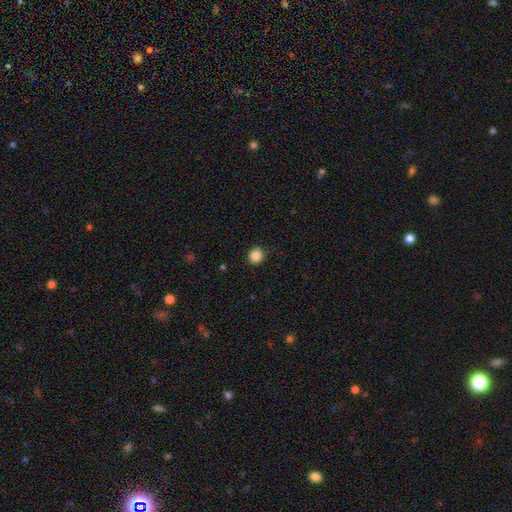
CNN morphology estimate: The model was most divided on "how rounded": round: 86%, in between: 13%, cigar-shaped: 1%. More confident: merging — none (90%); smooth or featured — smooth (86%).